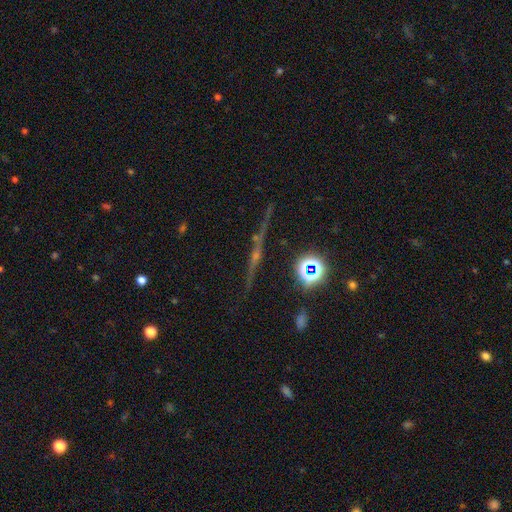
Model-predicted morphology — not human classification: type=star or artifact (43%).